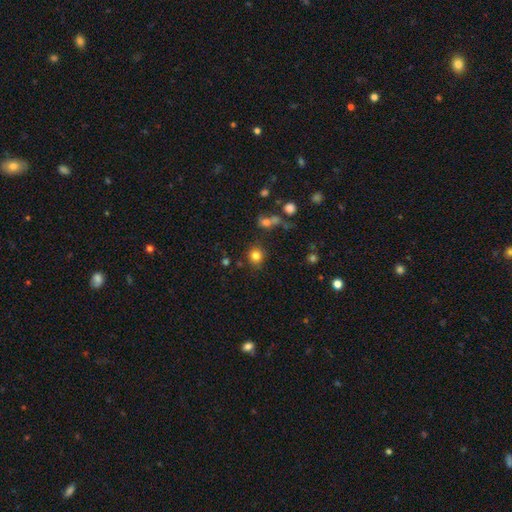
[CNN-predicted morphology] Overall: smooth (82%). How rounded: round (83%). Merging: none (80%).